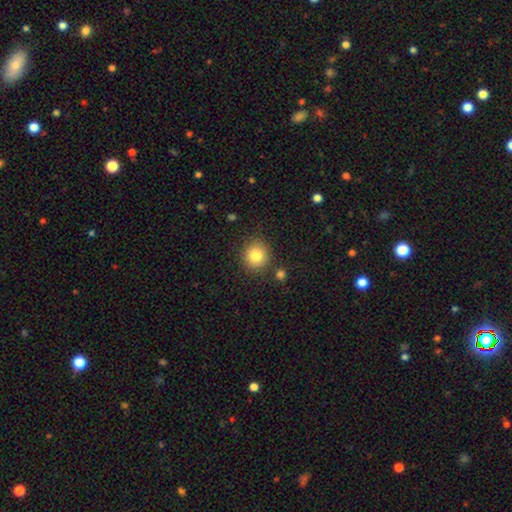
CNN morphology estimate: Overall: smooth (83%). How rounded: round (88%). Merging: none (84%).